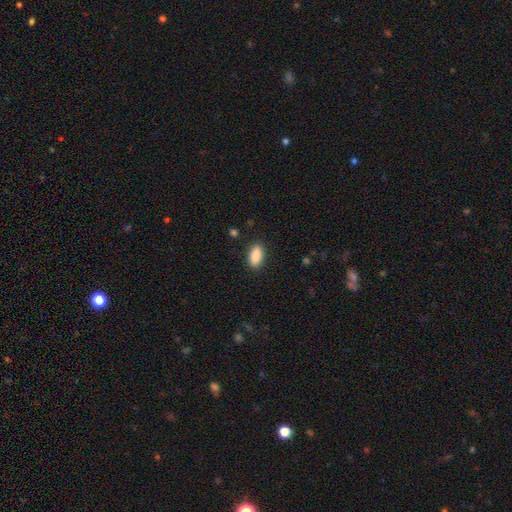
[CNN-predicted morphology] smooth-or-featured: smooth: 87% | star or artifact: 7% | featured or disk: 6%
  how-rounded: in between: 87% | cigar-shaped: 10% | round: 3%
  merging: none: 89% | minor disturbance: 8% | major disturbance: 2% | merger: 1%